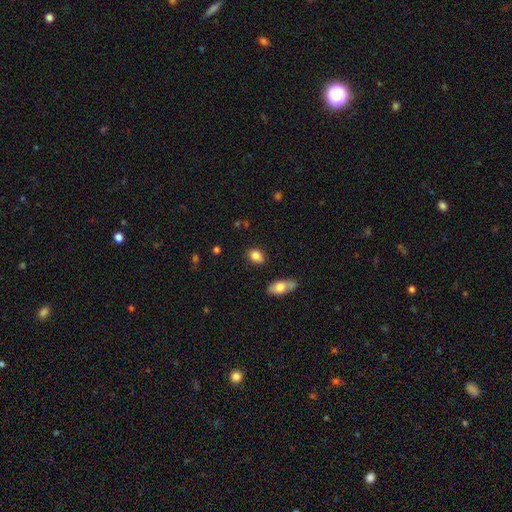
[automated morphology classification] A smooth galaxy with no disk features (84%) that is in between round and cigar-shaped (68%).

Vote fractions:
- Smooth or featured? smooth: 84% / star or artifact: 9% / featured or disk: 7%
- How rounded? in between: 68% / round: 30% / cigar-shaped: 2%
- Merging? none: 78% / minor disturbance: 15% / merger: 4% / major disturbance: 3%